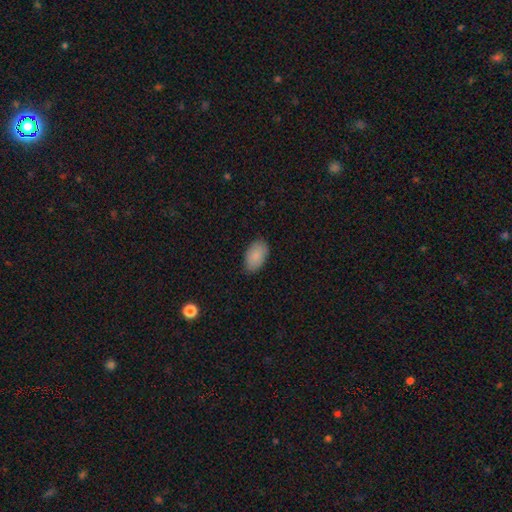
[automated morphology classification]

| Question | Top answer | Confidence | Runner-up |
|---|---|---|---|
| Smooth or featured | smooth | 88% | star or artifact (6%) |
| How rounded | in between | 94% | round (4%) |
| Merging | none | 85% | minor disturbance (11%) |